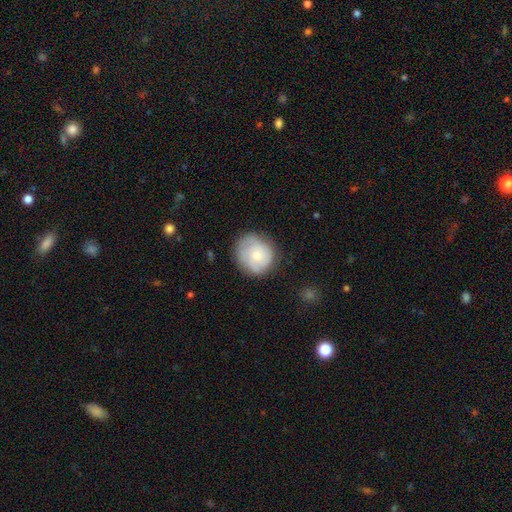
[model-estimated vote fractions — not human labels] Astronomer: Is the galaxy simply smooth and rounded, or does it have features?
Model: smooth — 56% (runner-up: featured or disk, 36%).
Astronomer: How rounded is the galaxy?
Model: round — 83%.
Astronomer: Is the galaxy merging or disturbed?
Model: none — 73%.